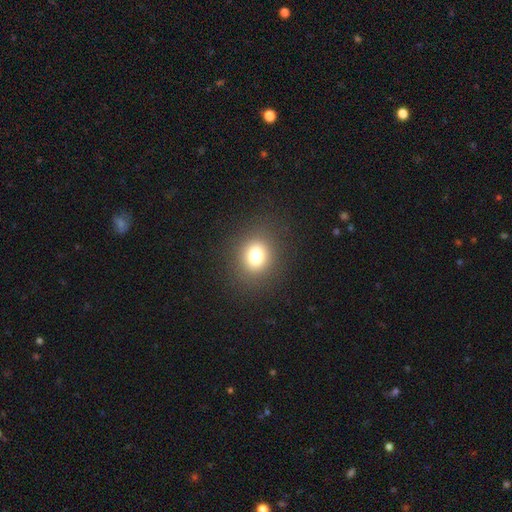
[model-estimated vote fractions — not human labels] smooth 76%, star or artifact 15%, featured or disk 9%. Down the decision tree: how rounded — round (74%); merging — none (88%).